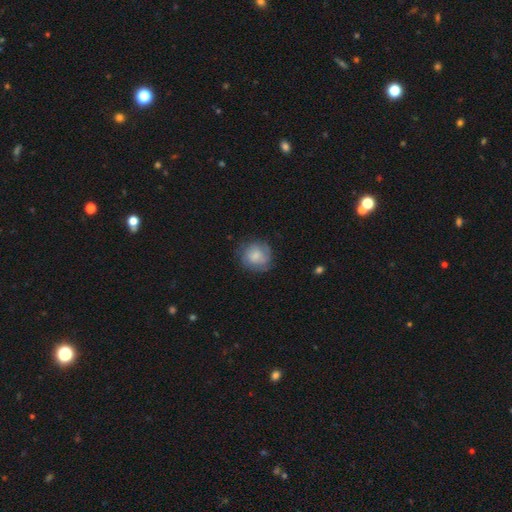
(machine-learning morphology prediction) The model was most divided on "smooth or featured": smooth: 69%, featured or disk: 24%, star or artifact: 7%. More confident: how rounded — round (88%); merging — none (73%).